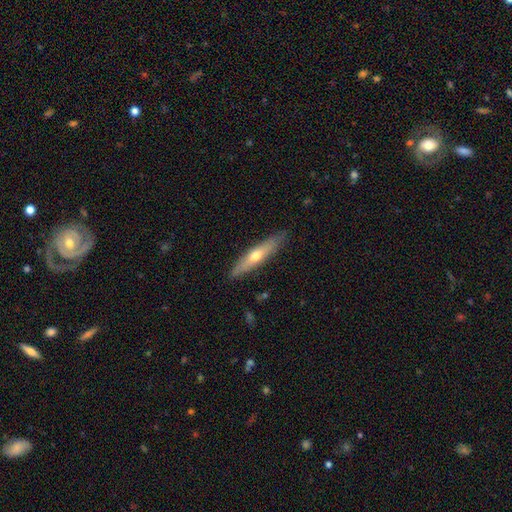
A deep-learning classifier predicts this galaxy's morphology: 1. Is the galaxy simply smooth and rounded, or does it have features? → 49% featured or disk, 45% smooth, 6% star or artifact.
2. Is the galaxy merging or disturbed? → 86% none, 11% minor disturbance, 2% major disturbance, 1% merger.